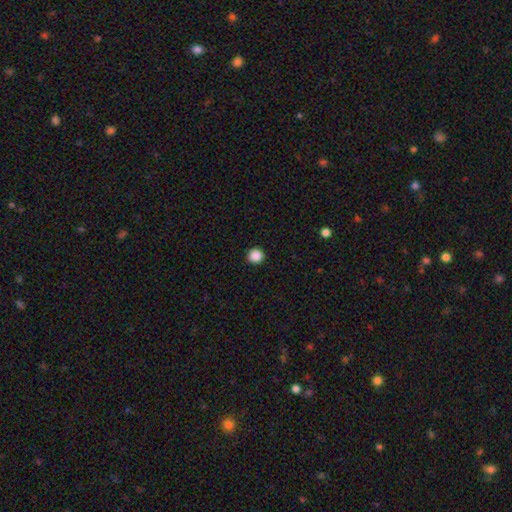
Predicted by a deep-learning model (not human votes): This appears to be a smooth galaxy with no disk features (88%) that is round (93%). Merging: none (93%).